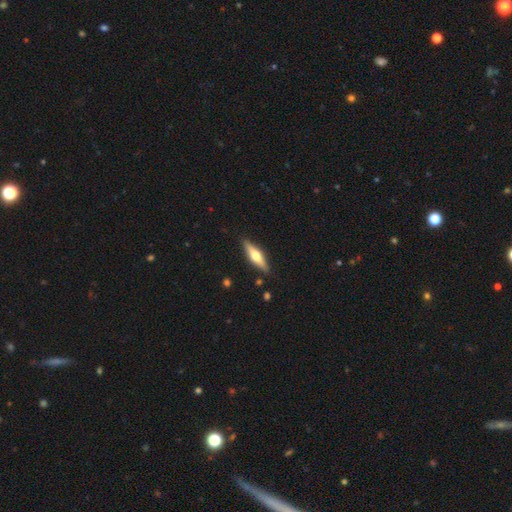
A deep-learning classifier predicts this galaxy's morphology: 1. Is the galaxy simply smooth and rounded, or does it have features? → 57% featured or disk, 38% smooth, 5% star or artifact.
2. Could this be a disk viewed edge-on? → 94% yes, 6% no.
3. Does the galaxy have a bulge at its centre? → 94% rounded, 4% boxy, 2% none.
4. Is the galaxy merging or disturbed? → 89% none, 8% minor disturbance, 2% major disturbance, 1% merger.